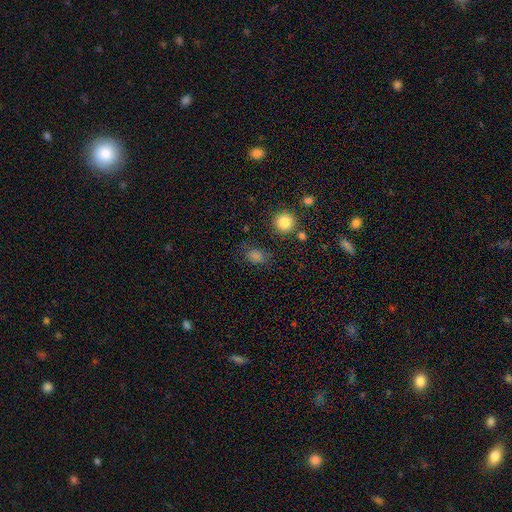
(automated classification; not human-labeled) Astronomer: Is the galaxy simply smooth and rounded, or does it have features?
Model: smooth — 74%.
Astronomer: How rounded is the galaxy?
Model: in between — 57% (runner-up: round, 41%).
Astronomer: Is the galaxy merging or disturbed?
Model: none — 75%.